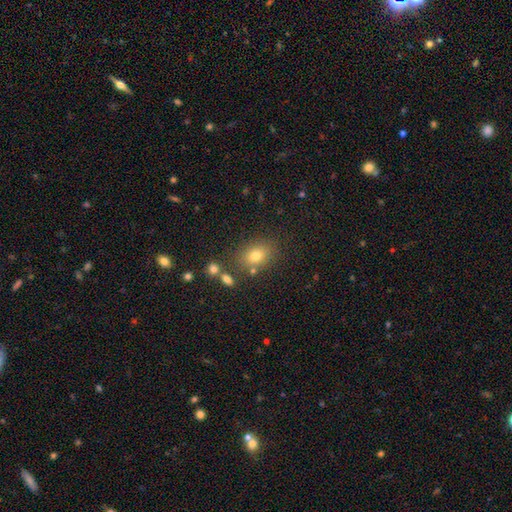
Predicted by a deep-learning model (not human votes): smooth-or-featured: smooth: 76% | star or artifact: 13% | featured or disk: 10%
  how-rounded: in between: 66% | round: 32% | cigar-shaped: 1%
  merging: none: 77% | minor disturbance: 12% | merger: 7% | major disturbance: 4%